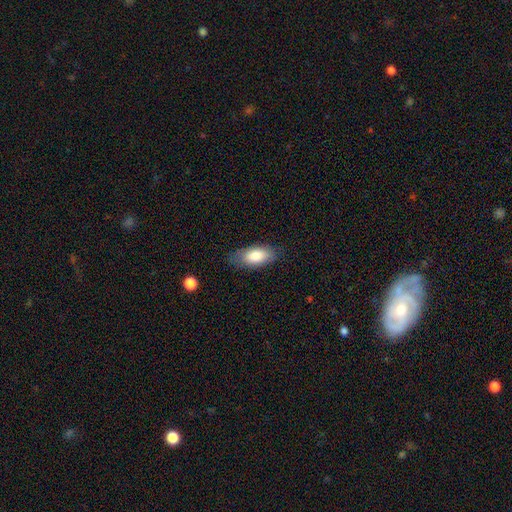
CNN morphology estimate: smooth 81%, featured or disk 12%, star or artifact 6%. Down the decision tree: how rounded — in between (89%); merging — none (77%).